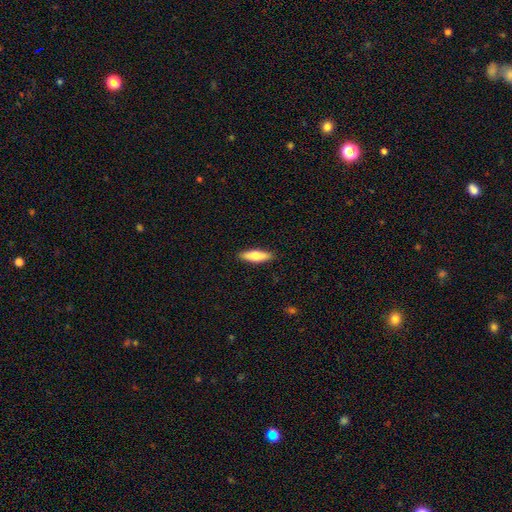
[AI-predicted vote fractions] A smooth galaxy with no disk features (69%) that is cigar-shaped (58%). Merging: none (90%).